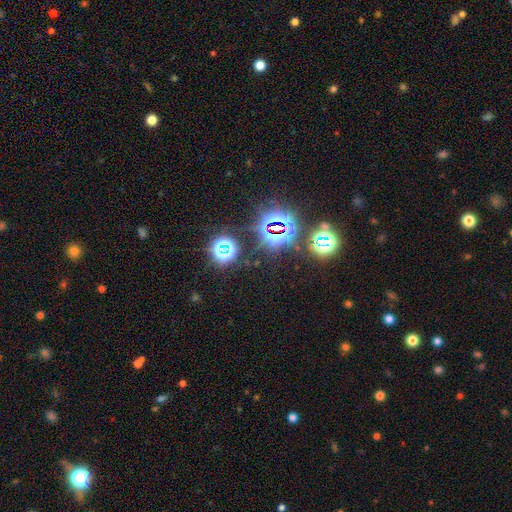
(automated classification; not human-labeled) This appears to be a star or artifact, not a galaxy (75%).